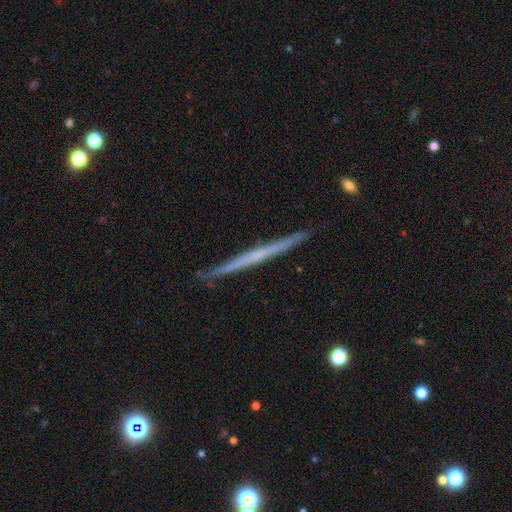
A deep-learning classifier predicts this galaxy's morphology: Smooth or featured: featured or disk — 65% (smooth — 29%)
Edge-on disk: yes — 98% (no — 2%)
Edge-on bulge: none — 80% (rounded — 16%)
Merging: none — 91% (minor disturbance — 7%)